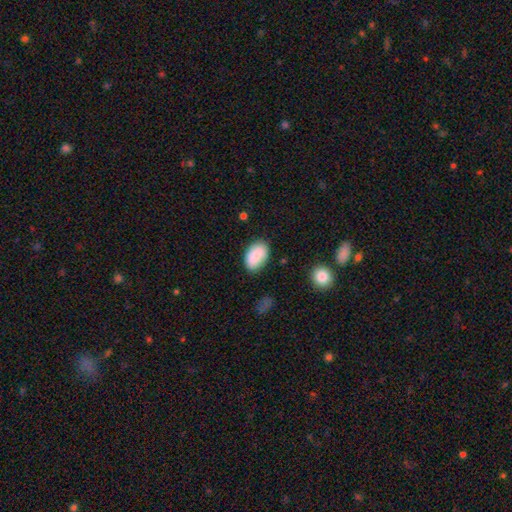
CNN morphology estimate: A smooth galaxy with no disk features (82%) that is in between round and cigar-shaped (91%).

Vote fractions:
- Smooth or featured? smooth: 82% / featured or disk: 11% / star or artifact: 7%
- How rounded? in between: 91% / round: 8% / cigar-shaped: 1%
- Merging? none: 78% / minor disturbance: 16% / major disturbance: 4% / merger: 3%